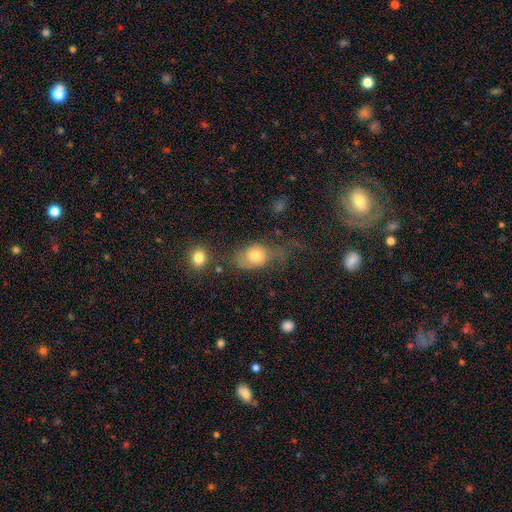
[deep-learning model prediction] smooth-or-featured: smooth: 66% | featured or disk: 25% | star or artifact: 10%
  how-rounded: in between: 64% | round: 34% | cigar-shaped: 2%
  merging: none: 36% | major disturbance: 33% | minor disturbance: 25% | merger: 6%